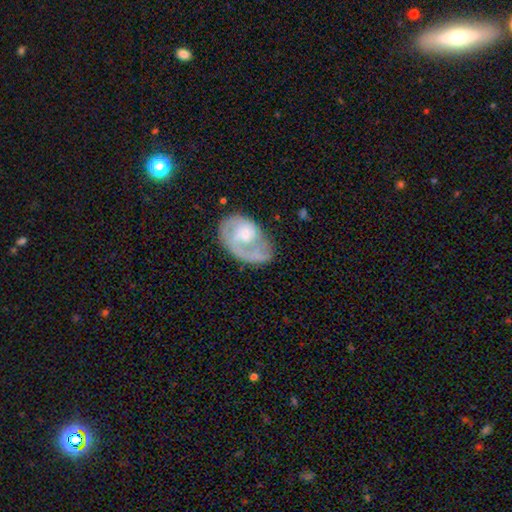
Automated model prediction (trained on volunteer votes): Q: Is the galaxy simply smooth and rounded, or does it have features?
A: featured or disk — 64%.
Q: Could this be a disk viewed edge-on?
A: no — 97%.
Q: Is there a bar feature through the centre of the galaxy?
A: no — 71%.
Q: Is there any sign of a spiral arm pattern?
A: yes — 76%.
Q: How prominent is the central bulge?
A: small — 39%.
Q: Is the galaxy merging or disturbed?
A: none — 43%.